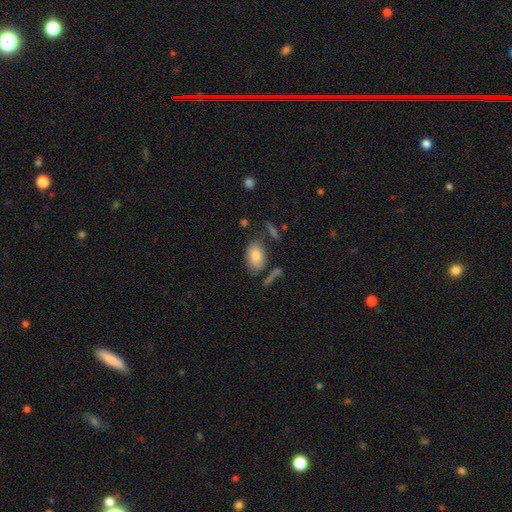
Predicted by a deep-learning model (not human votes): Smooth or featured? smooth (81%)
How rounded? in between (89%)
Merging? none (67%)